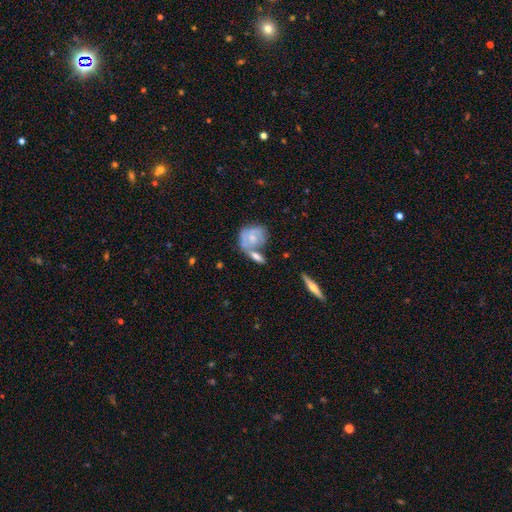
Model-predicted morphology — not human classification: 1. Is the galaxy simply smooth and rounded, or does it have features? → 48% featured or disk, 44% smooth, 8% star or artifact.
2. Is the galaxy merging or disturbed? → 40% none, 35% merger, 17% minor disturbance, 7% major disturbance.